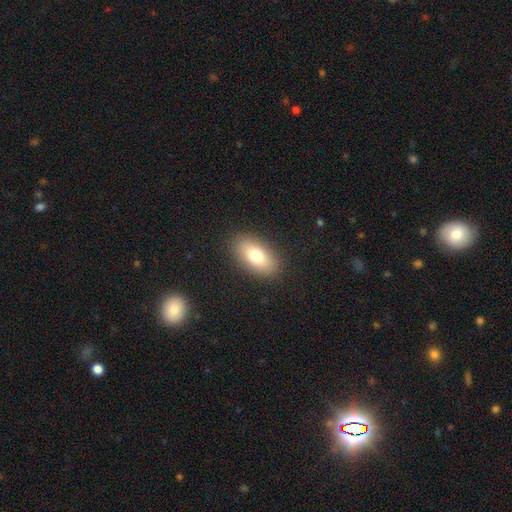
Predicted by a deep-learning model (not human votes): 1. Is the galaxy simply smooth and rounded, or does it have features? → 76% smooth, 16% featured or disk, 9% star or artifact.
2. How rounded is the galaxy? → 90% in between, 6% round, 4% cigar-shaped.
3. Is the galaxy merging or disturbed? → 88% none, 8% minor disturbance, 3% major disturbance, 1% merger.